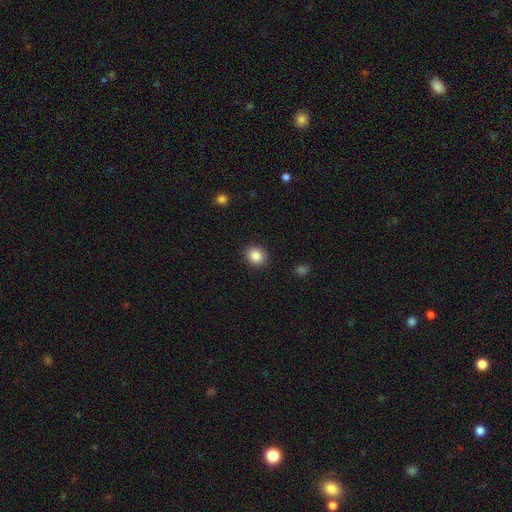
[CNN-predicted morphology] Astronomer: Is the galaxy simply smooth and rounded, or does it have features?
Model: smooth — 86%.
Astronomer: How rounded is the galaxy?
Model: round — 79%.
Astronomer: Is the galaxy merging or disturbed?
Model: none — 90%.